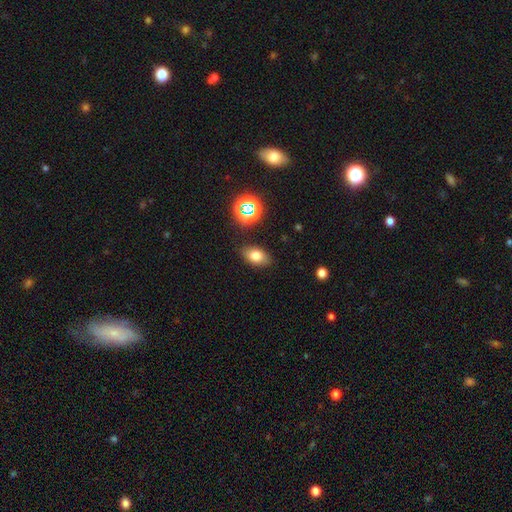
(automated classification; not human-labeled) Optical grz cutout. It shows a smooth galaxy with no disk features (74%) that is in between round and cigar-shaped (86%). Merging: none (83%).